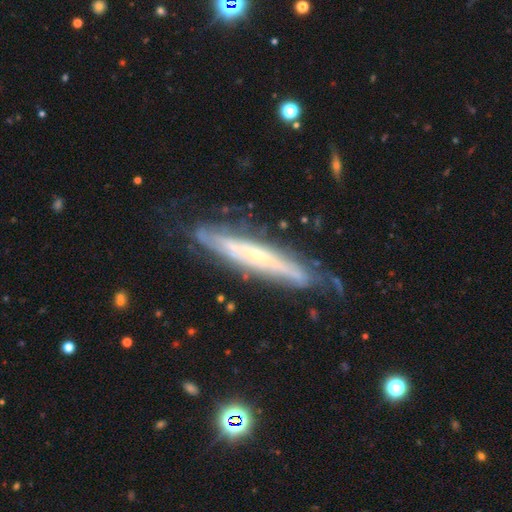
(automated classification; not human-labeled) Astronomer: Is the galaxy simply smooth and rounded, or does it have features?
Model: featured or disk — 77%.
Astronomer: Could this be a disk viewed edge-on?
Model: yes — 62% (runner-up: no, 38%).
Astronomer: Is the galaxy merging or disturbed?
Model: none — 71%.